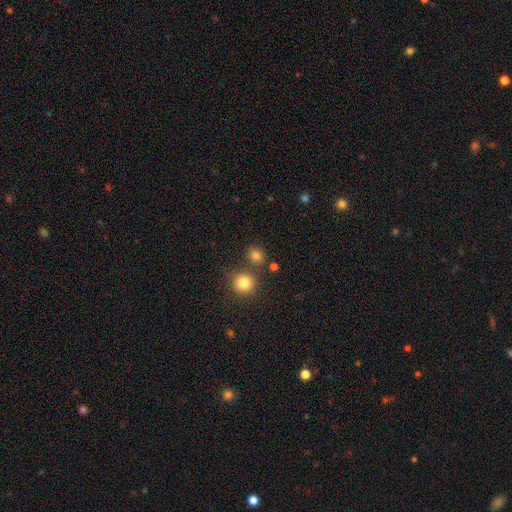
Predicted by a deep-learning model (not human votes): smooth-or-featured: smooth: 80% | star or artifact: 15% | featured or disk: 6%
  how-rounded: round: 76% | in between: 23% | cigar-shaped: 1%
  merging: none: 75% | merger: 12% | minor disturbance: 9% | major disturbance: 3%